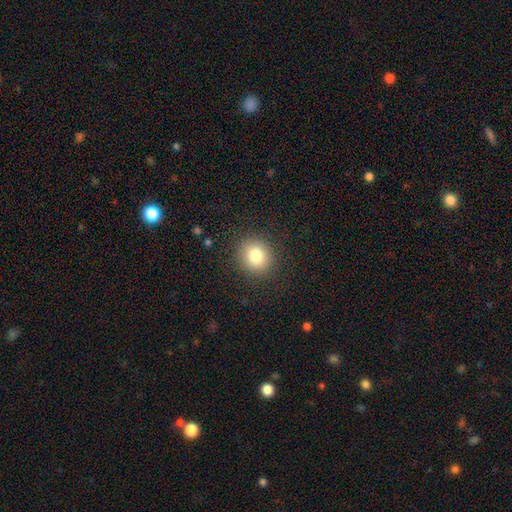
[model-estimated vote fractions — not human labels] Smooth or featured: smooth — 81% (star or artifact — 11%)
How rounded: round — 87% (in between — 12%)
Merging: none — 89% (minor disturbance — 7%)